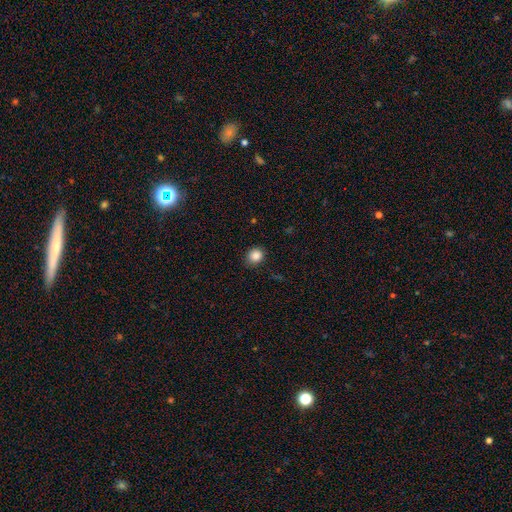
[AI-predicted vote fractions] This appears to be a smooth galaxy with no disk features (85%) that is round (75%). Merging: none (86%).